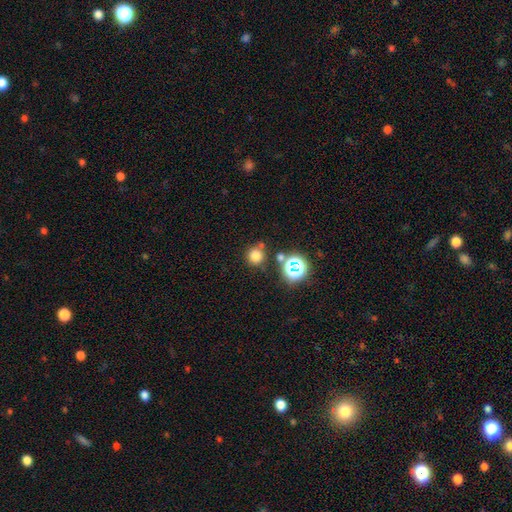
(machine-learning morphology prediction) smooth_or_featured: smooth (p=0.73) [alt: star or artifact p=0.21]
how_rounded: round (p=0.92) [alt: in between p=0.07]
merging: none (p=0.75) [alt: merger p=0.11]